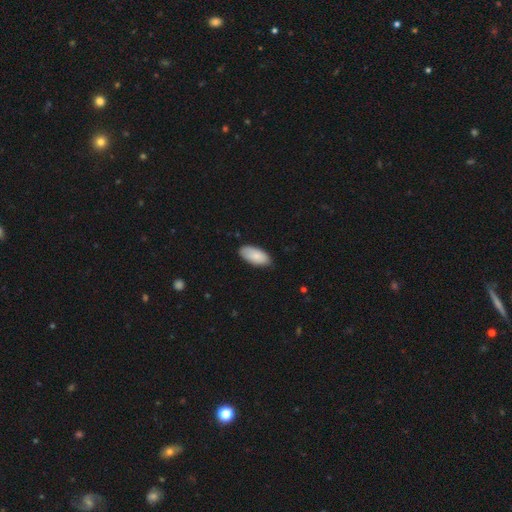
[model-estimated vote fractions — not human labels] Q: Smooth or featured?
A: smooth (86%); runner-up: featured or disk (8%)
Q: How rounded?
A: in between (93%); runner-up: cigar-shaped (6%)
Q: Merging?
A: none (81%); runner-up: minor disturbance (16%)